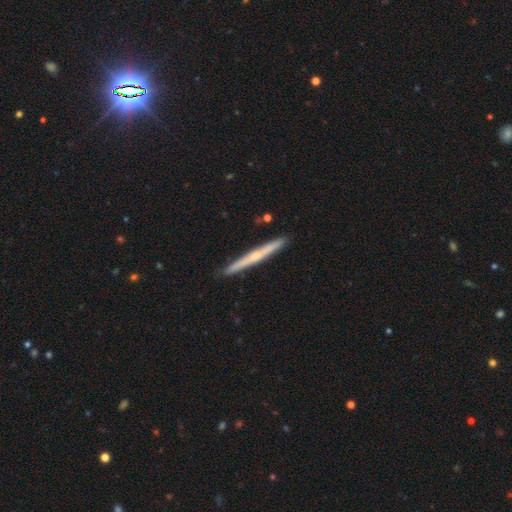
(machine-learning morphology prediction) Overall: featured or disk (64%; smooth 30%). Edge-on disk: yes (97%). Edge-on bulge: rounded (63%; none 33%). Merging: none (92%).